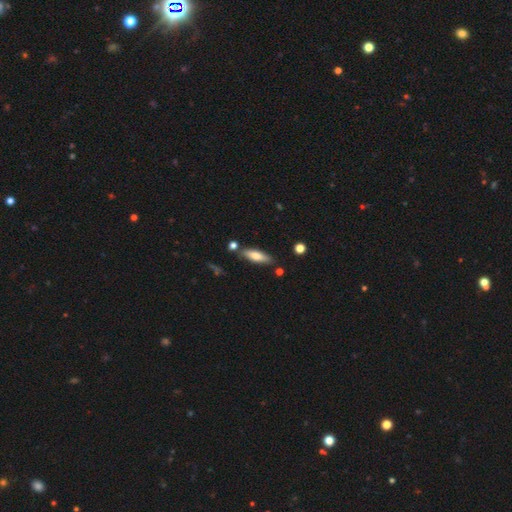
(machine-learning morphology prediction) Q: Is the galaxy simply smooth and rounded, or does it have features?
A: smooth — 67%.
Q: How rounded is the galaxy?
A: cigar-shaped — 55%.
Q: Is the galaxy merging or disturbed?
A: none — 78%.